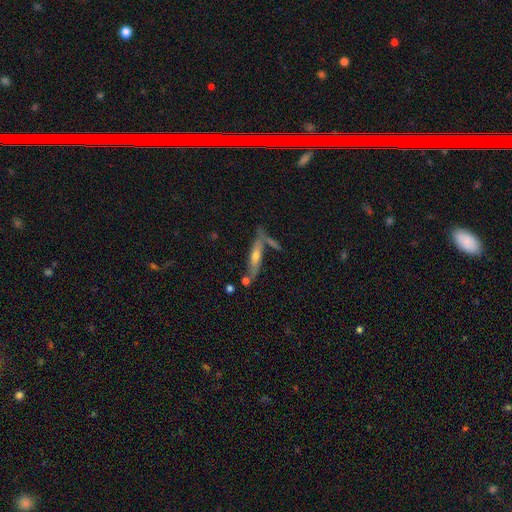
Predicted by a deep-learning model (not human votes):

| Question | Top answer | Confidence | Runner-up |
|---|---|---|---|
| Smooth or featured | featured or disk | 58% | smooth (35%) |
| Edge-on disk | yes | 84% | no (16%) |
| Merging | none | 66% | minor disturbance (15%) |